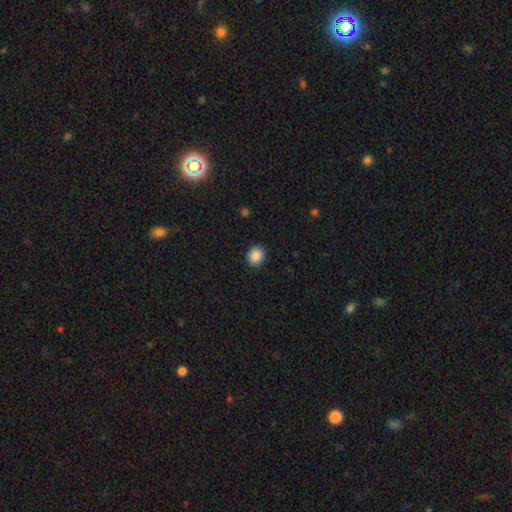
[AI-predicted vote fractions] Q: Smooth or featured?
A: smooth (88%); runner-up: star or artifact (9%)
Q: How rounded?
A: round (71%); runner-up: in between (29%)
Q: Merging?
A: none (90%); runner-up: minor disturbance (7%)